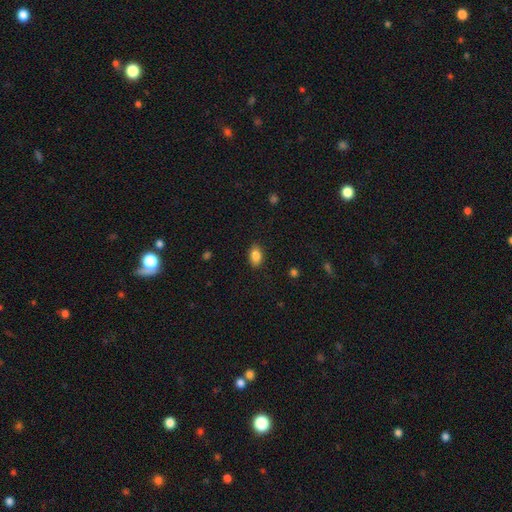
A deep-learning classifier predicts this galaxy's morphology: A smooth galaxy with no disk features (87%) that is in between round and cigar-shaped (88%).

Vote fractions:
- Smooth or featured? smooth: 87% / star or artifact: 8% / featured or disk: 5%
- How rounded? in between: 88% / round: 10% / cigar-shaped: 2%
- Merging? none: 86% / minor disturbance: 10% / major disturbance: 3% / merger: 1%